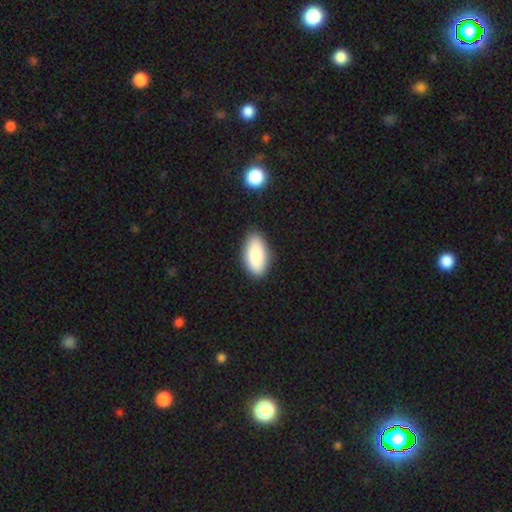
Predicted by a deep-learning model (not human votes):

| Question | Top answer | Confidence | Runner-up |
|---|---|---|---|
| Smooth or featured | smooth | 88% | star or artifact (6%) |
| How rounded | in between | 93% | cigar-shaped (5%) |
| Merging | none | 86% | minor disturbance (10%) |